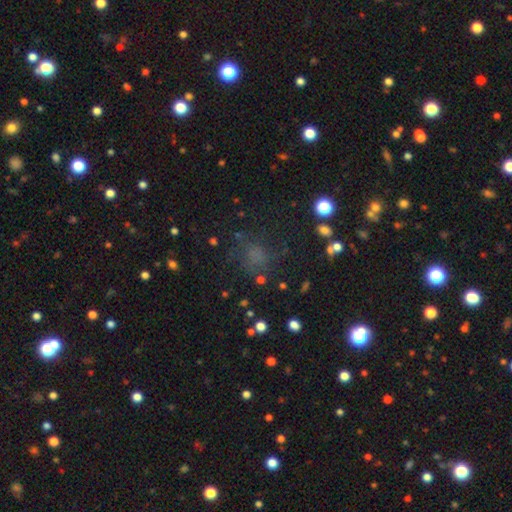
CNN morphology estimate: Overall: smooth (54%; star or artifact 33%). How rounded: round (74%). Merging: none (65%).